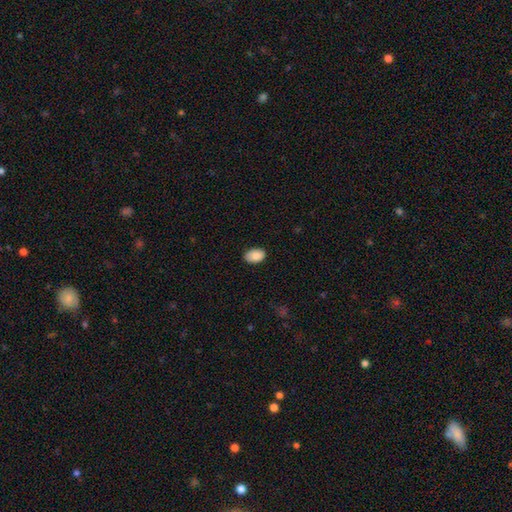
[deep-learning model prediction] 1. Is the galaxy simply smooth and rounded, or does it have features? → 86% smooth, 7% star or artifact, 7% featured or disk.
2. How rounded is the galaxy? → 89% in between, 10% round, 1% cigar-shaped.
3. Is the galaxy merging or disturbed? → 83% none, 14% minor disturbance, 2% major disturbance, 1% merger.